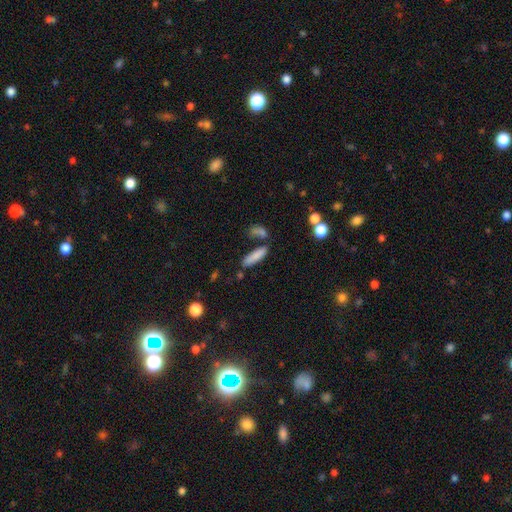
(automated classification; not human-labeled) Smooth or featured?
  - smooth: 81% *
  - featured or disk: 10%
  - star or artifact: 9%
How rounded?
  - cigar-shaped: 66% *
  - in between: 32%
  - round: 2%
Merging?
  - none: 63% *
  - merger: 18%
  - minor disturbance: 14%
  - major disturbance: 5%